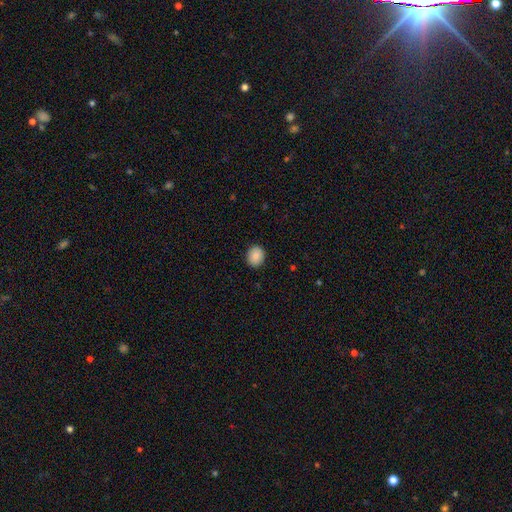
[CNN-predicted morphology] Smooth or featured? smooth (85%)
How rounded? round (68%)
Merging? none (89%)